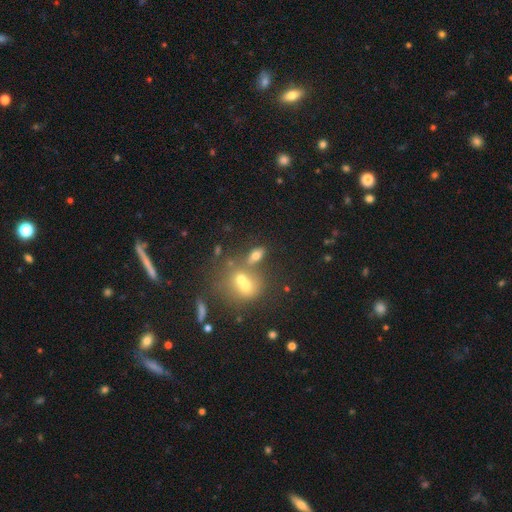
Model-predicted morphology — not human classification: smooth_or_featured: smooth (p=0.65) [alt: featured or disk p=0.21]
how_rounded: in between (p=0.79) [alt: round p=0.14]
merging: none (p=0.48) [alt: merger p=0.35]